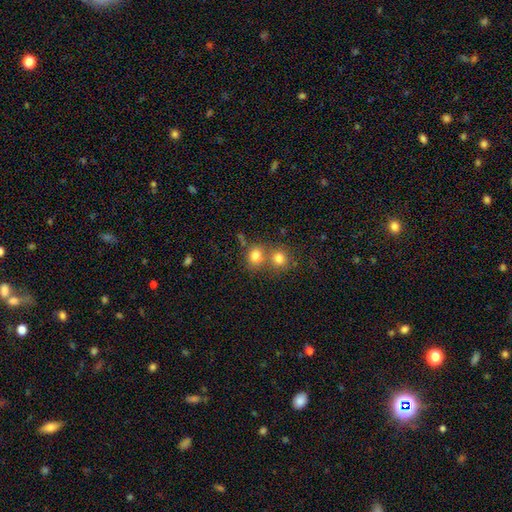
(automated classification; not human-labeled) The model was most divided on "merging": none: 49%, merger: 40%, minor disturbance: 8%, major disturbance: 3%. More confident: smooth or featured — smooth (79%); how rounded — round (78%).